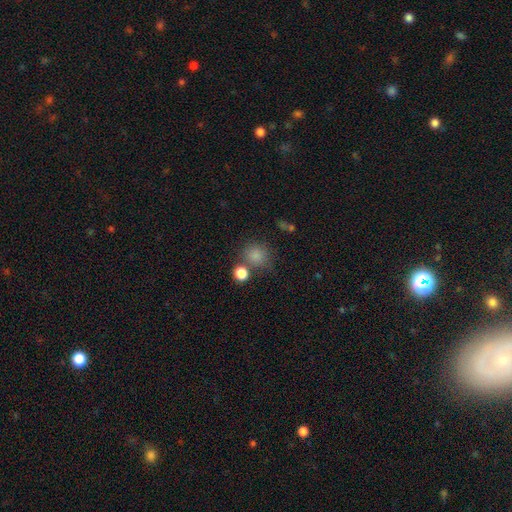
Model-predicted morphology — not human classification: This appears to be a smooth galaxy with no disk features (81%) that is round (86%). Merging: none (67%).